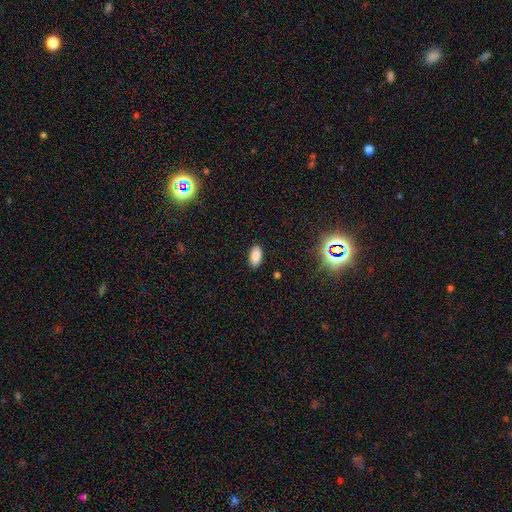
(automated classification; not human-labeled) Q: Smooth or featured?
A: smooth (84%); runner-up: star or artifact (11%)
Q: How rounded?
A: in between (93%); runner-up: cigar-shaped (4%)
Q: Merging?
A: none (88%); runner-up: minor disturbance (9%)